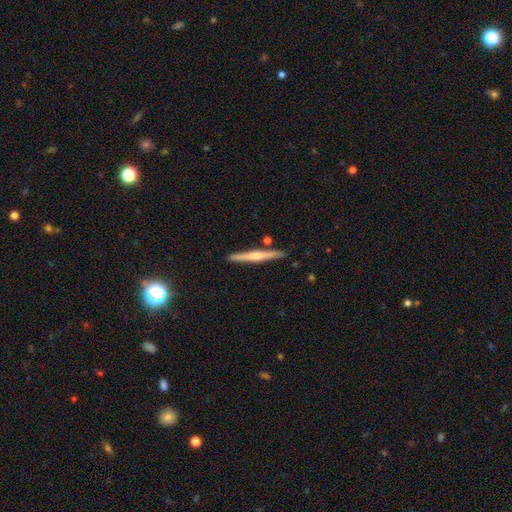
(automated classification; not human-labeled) Smooth or featured?
  - featured or disk: 60% *
  - smooth: 34%
  - star or artifact: 6%
Edge-on disk?
  - yes: 98% *
  - no: 2%
Edge-on bulge?
  - rounded: 64% *
  - none: 21%
  - boxy: 15%
Merging?
  - none: 89% *
  - minor disturbance: 7%
  - merger: 3%
  - major disturbance: 1%